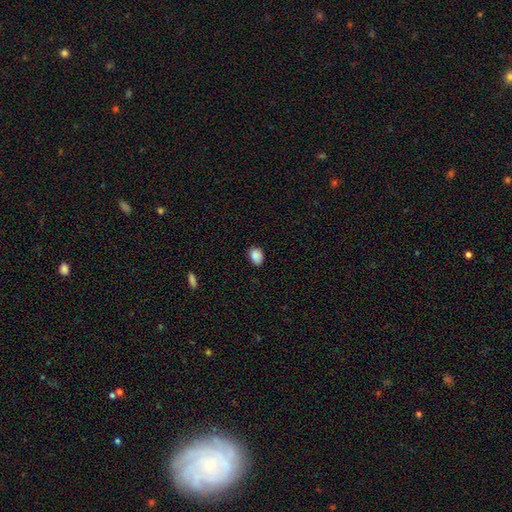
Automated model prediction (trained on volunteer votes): A smooth galaxy with no disk features (88%) that is in between round and cigar-shaped (70%). Merging: none (81%).